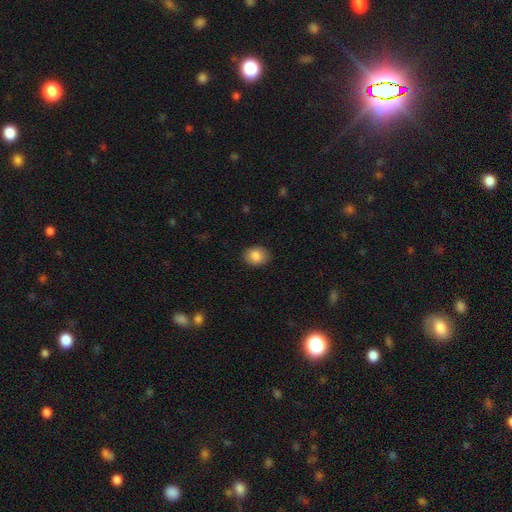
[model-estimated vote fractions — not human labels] The model was most divided on "how rounded": in between: 58%, round: 41%, cigar-shaped: 1%. More confident: merging — none (88%); smooth or featured — smooth (86%).